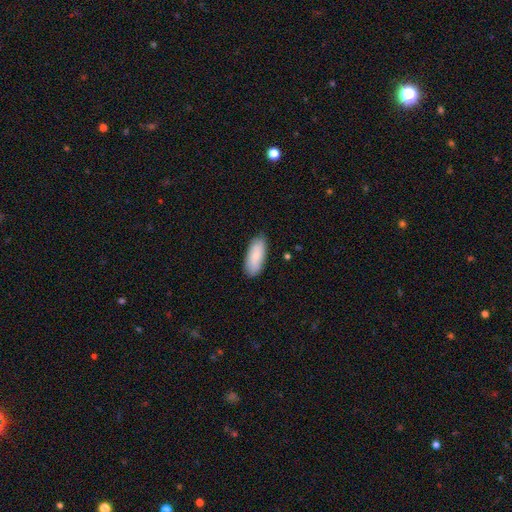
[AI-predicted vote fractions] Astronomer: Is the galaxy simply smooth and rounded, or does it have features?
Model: smooth — 84%.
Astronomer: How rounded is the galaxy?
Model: in between — 83%.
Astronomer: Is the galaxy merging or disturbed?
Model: none — 83%.